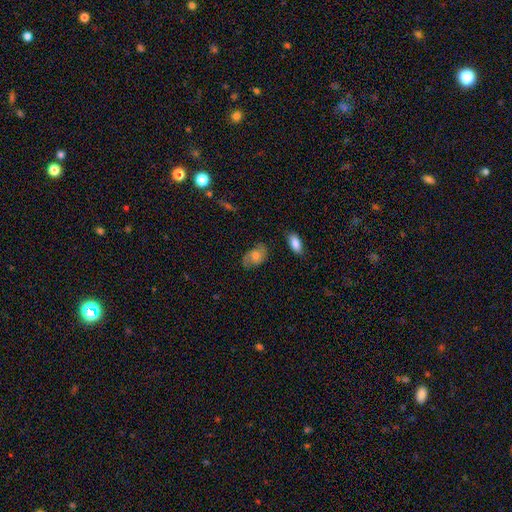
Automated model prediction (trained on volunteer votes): Q: Smooth or featured?
A: smooth (57%); runner-up: featured or disk (34%)
Q: How rounded?
A: in between (87%); runner-up: round (11%)
Q: Merging?
A: none (69%); runner-up: minor disturbance (23%)